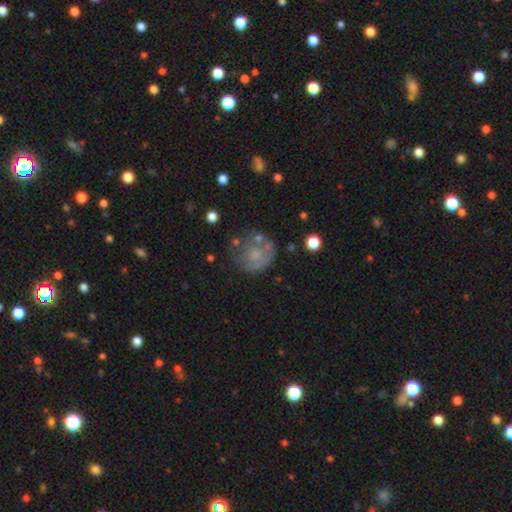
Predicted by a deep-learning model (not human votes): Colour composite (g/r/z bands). It shows a smooth galaxy with no disk features (54%) that is round (82%). Merging: none (50%).